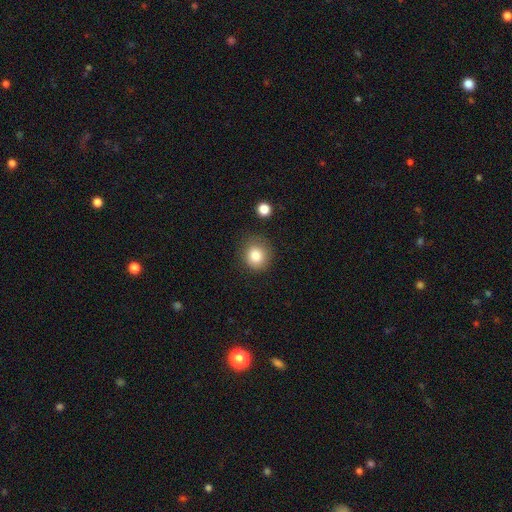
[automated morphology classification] smooth_or_featured: smooth (p=0.83) [alt: star or artifact p=0.10]
how_rounded: round (p=0.83) [alt: in between p=0.16]
merging: none (p=0.79) [alt: minor disturbance p=0.14]